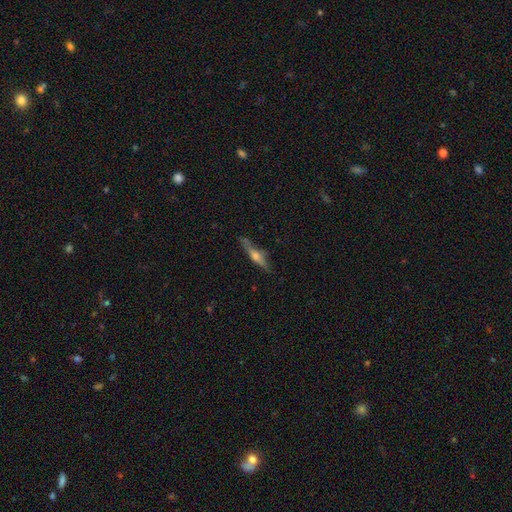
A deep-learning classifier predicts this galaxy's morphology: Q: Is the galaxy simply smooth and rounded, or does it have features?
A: featured or disk — 63%.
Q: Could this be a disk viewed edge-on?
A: yes — 95%.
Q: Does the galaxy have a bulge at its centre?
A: rounded — 82%.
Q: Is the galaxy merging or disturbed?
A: none — 79%.